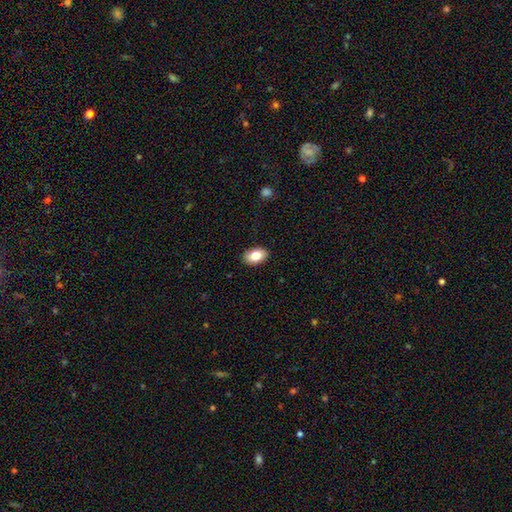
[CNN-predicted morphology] Smooth or featured? smooth (81%)
How rounded? in between (89%)
Merging? none (89%)